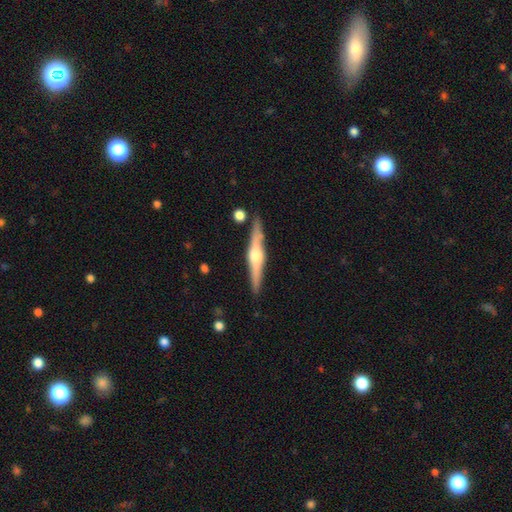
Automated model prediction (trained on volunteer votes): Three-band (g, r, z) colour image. It shows a featured or disk galaxy (73%) viewed edge-on (97%) with a rounded central bulge (92%). Merging: none (87%).